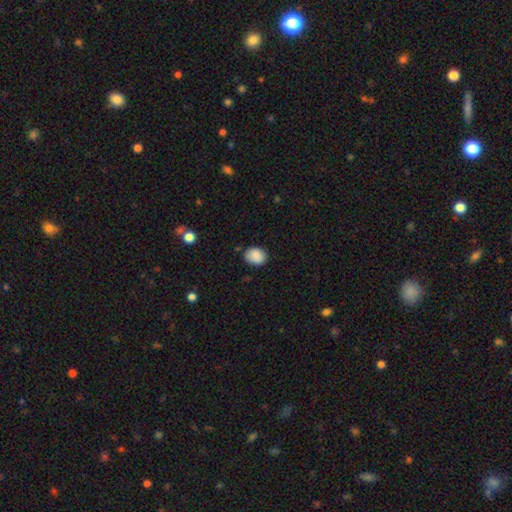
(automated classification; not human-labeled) A smooth galaxy with no disk features (86%) that is round (50%, tied with in between).

Vote fractions:
- Smooth or featured? smooth: 86% / star or artifact: 8% / featured or disk: 6%
- How rounded? round: 50% (tied) / in between: 50% (tied) / cigar-shaped: 1%
- Merging? none: 81% / minor disturbance: 15% / major disturbance: 3% / merger: 2%